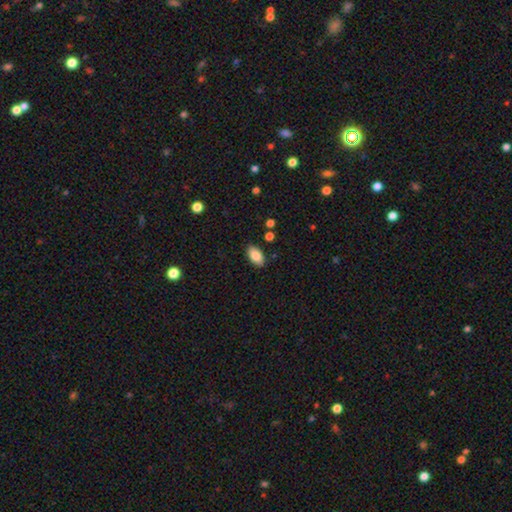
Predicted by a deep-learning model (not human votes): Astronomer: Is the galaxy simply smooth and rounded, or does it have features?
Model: smooth — 86%.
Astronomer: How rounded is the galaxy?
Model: in between — 93%.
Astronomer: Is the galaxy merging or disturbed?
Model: none — 86%.